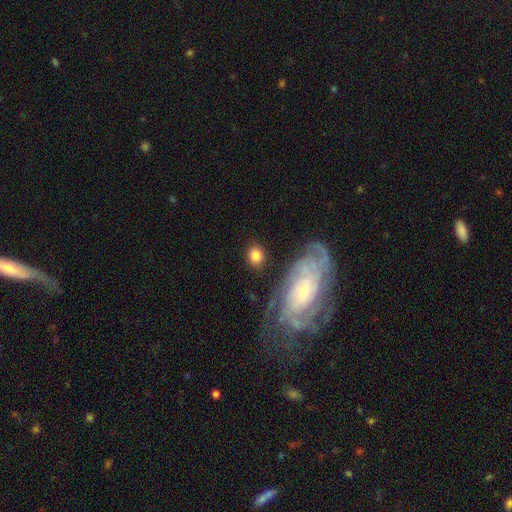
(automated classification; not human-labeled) Smooth or featured? smooth (78%)
How rounded? round (70%)
Merging? none (81%)